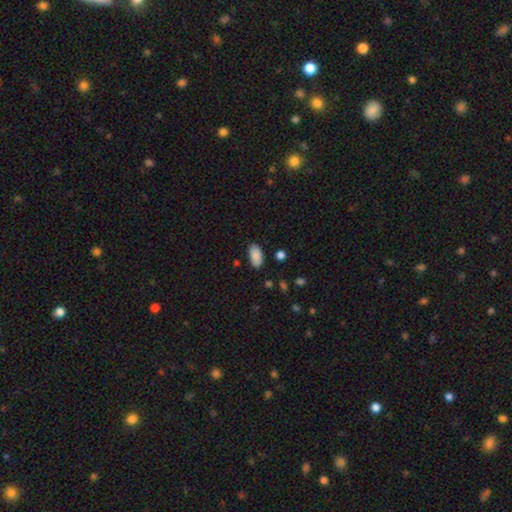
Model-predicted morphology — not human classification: type=smooth (90%); roundness=in between (94%); merging=none (86%).